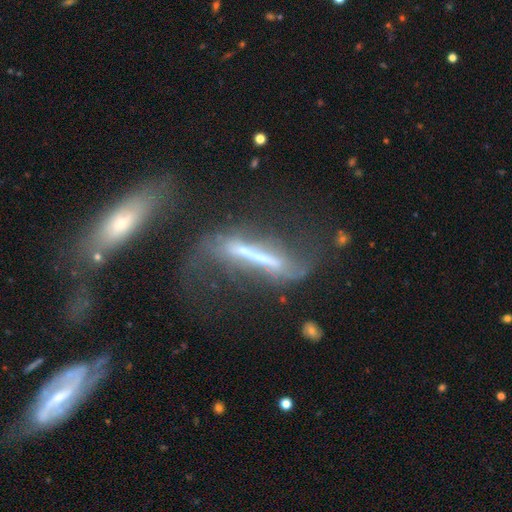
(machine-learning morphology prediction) Smooth or featured? featured or disk (65%)
Edge-on disk? yes (54%)
Merging? major disturbance (38%)